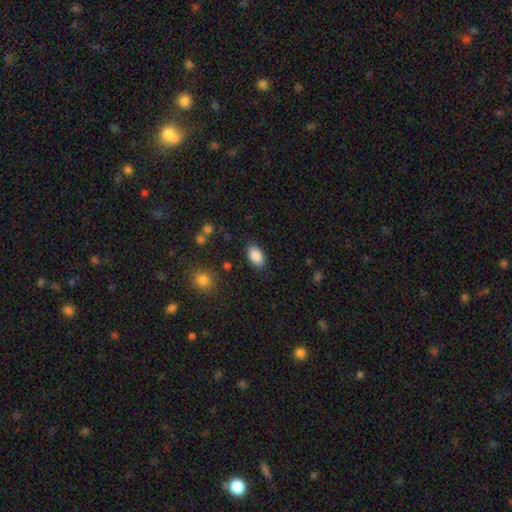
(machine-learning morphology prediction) A smooth galaxy with no disk features (88%) that is in between round and cigar-shaped (93%).

Vote fractions:
- Smooth or featured? smooth: 88% / star or artifact: 7% / featured or disk: 5%
- How rounded? in between: 93% / round: 5% / cigar-shaped: 2%
- Merging? none: 85% / minor disturbance: 10% / major disturbance: 3% / merger: 1%